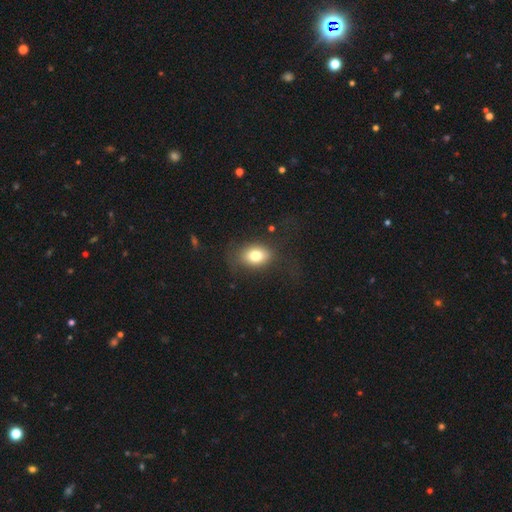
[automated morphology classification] type=smooth (77%); roundness=in between (72%); merging=none (67%).